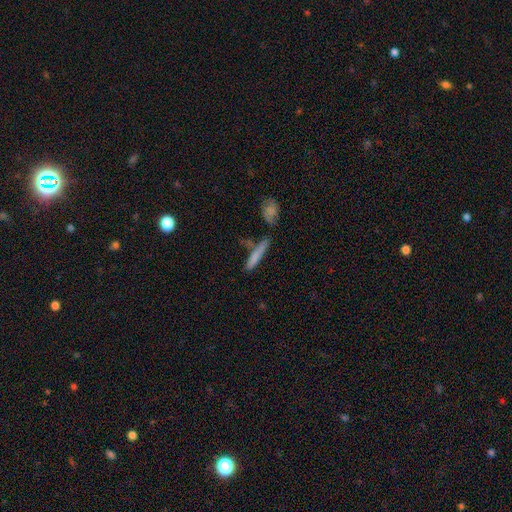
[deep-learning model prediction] Smooth or featured? Predicted: smooth (p=0.74). How rounded? Predicted: cigar-shaped (p=0.87). Merging? Predicted: none (p=0.62).